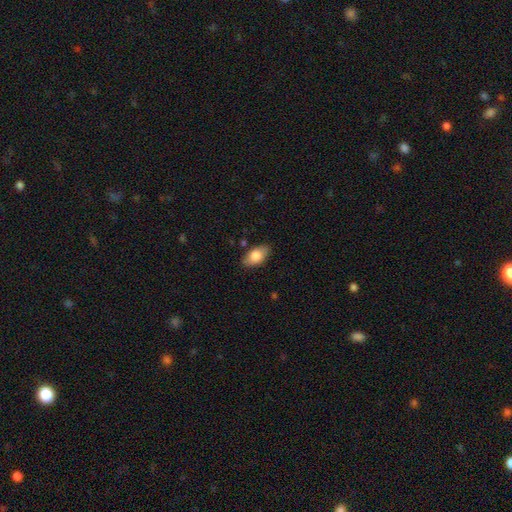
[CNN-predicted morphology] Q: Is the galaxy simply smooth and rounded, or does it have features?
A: smooth — 81%.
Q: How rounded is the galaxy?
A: in between — 92%.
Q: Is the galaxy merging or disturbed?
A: none — 84%.